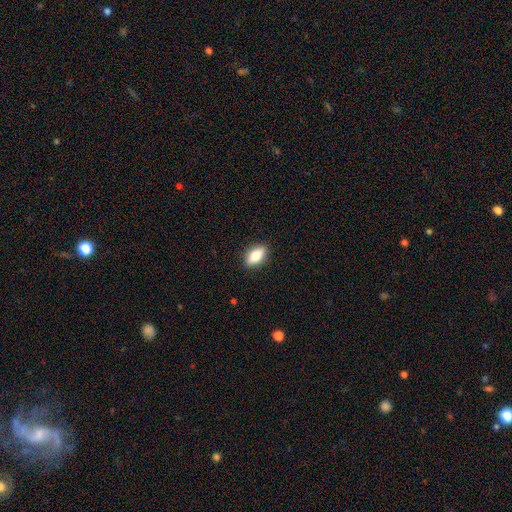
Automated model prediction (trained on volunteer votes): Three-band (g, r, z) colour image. It shows a smooth galaxy with no disk features (77%) that is in between round and cigar-shaped (86%). Merging: none (89%).